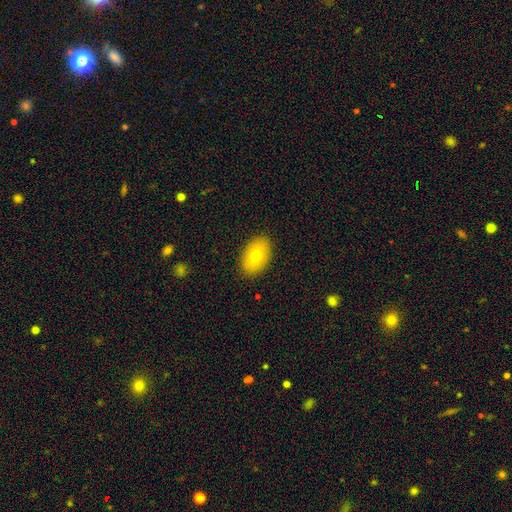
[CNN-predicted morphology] This is likely a smooth galaxy (70%). How rounded: clearly in between (89%). Merging: clearly none (88%).